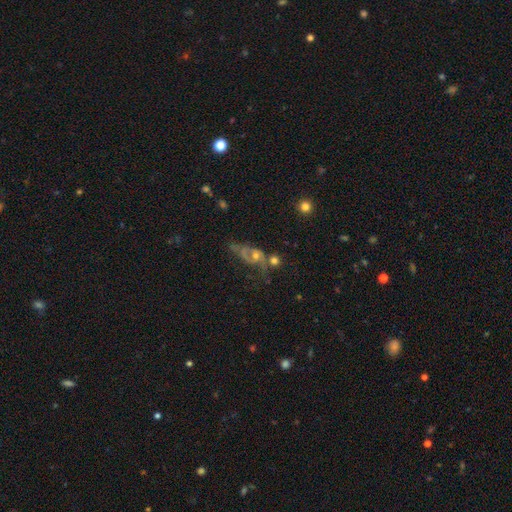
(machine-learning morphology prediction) This is possibly a featured or disk galaxy (54%). It is clearly not viewed edge-on (87%). Merging: marginally none (32%).